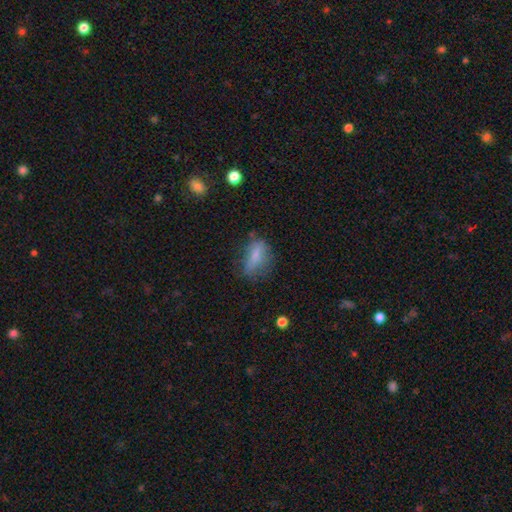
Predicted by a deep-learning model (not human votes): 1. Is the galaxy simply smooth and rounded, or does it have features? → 67% smooth, 23% featured or disk, 11% star or artifact.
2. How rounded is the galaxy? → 75% in between, 16% cigar-shaped, 10% round.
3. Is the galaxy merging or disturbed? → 52% none, 29% minor disturbance, 17% major disturbance, 3% merger.